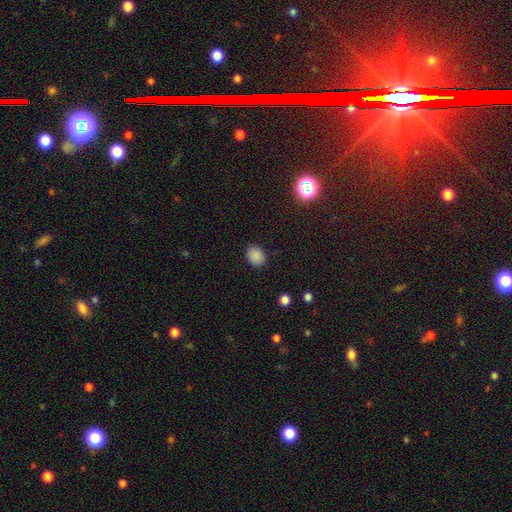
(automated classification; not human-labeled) Q: Smooth or featured?
A: smooth (87%); runner-up: star or artifact (10%)
Q: How rounded?
A: in between (57%); runner-up: round (42%)
Q: Merging?
A: none (87%); runner-up: minor disturbance (10%)